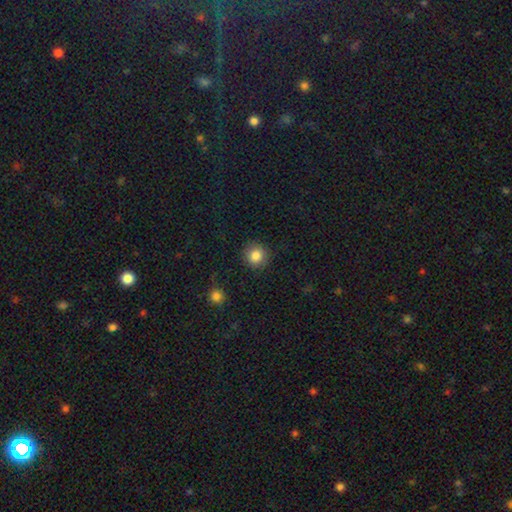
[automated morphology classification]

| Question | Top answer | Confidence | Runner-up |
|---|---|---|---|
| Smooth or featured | smooth | 85% | star or artifact (10%) |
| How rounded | round | 91% | in between (8%) |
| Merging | none | 89% | minor disturbance (8%) |